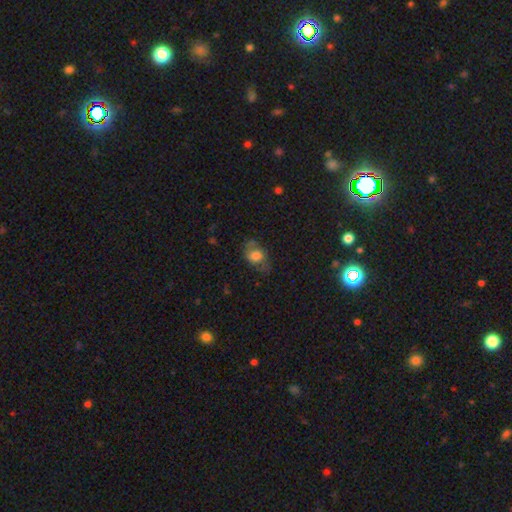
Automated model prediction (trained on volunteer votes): Smooth or featured: smooth — 62% (featured or disk — 29%)
How rounded: in between — 75% (round — 23%)
Merging: none — 60% (minor disturbance — 26%)